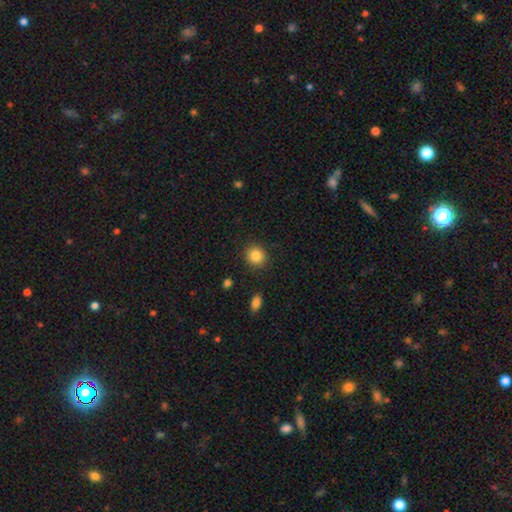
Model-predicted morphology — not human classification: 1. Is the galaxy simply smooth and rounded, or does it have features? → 85% smooth, 10% star or artifact, 5% featured or disk.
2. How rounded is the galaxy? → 85% round, 14% in between, 1% cigar-shaped.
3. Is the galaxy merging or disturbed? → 89% none, 7% minor disturbance, 2% major disturbance, 2% merger.